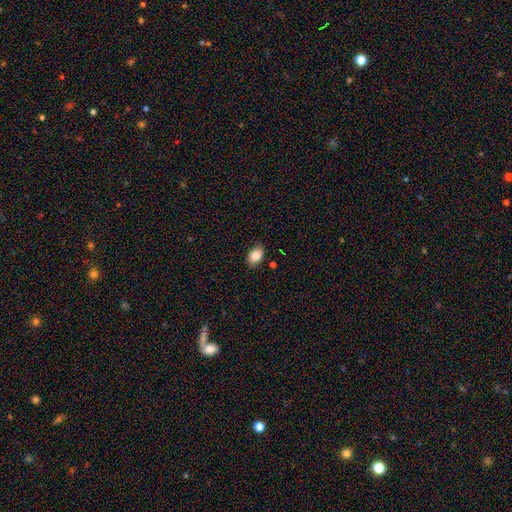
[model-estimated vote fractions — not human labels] This appears to be a smooth galaxy with no disk features (86%) that is in between round and cigar-shaped (86%). Merging: none (80%).